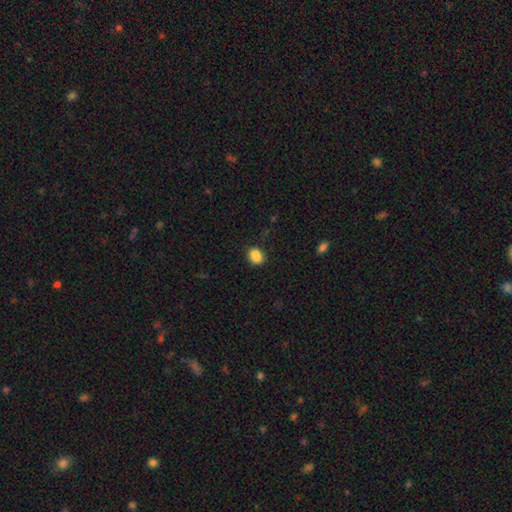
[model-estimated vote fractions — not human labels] The model was most divided on "how rounded": in between: 57%, round: 42%, cigar-shaped: 1%. More confident: smooth or featured — smooth (87%); merging — none (77%).